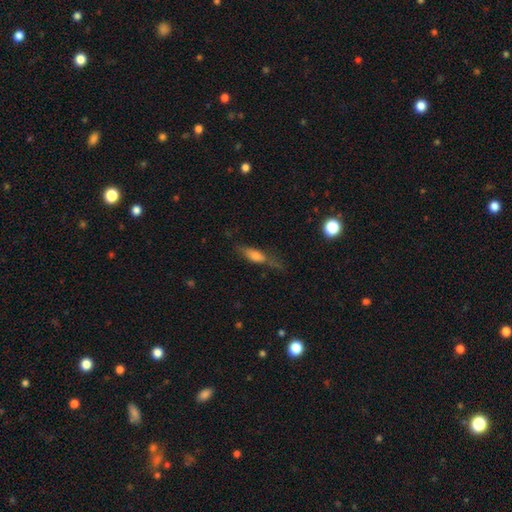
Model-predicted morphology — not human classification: A smooth galaxy with no disk features (55%) that is cigar-shaped (53%).

Vote fractions:
- Smooth or featured? smooth: 55% / featured or disk: 35% / star or artifact: 10%
- How rounded? cigar-shaped: 53% / in between: 43% / round: 4%
- Merging? none: 57% / minor disturbance: 25% / major disturbance: 15% / merger: 3%